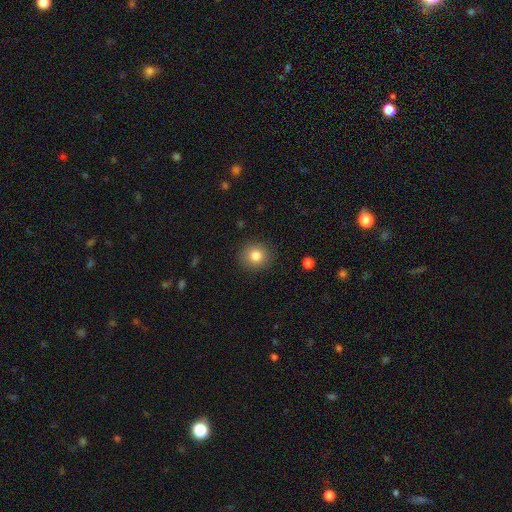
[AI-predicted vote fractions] Overall: smooth (83%). How rounded: round (87%). Merging: none (89%).